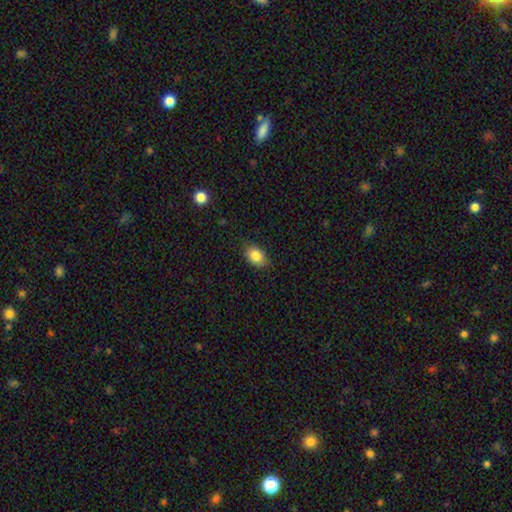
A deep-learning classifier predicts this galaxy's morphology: The model was most divided on "how rounded": in between: 80%, round: 19%, cigar-shaped: 1%. More confident: smooth or featured — smooth (85%); merging — none (83%).